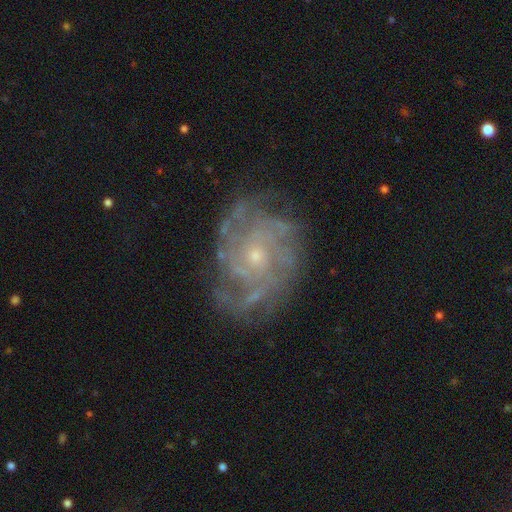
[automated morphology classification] Overall: featured or disk (86%). Edge-on disk: no (98%). Bar: no (77%). Spiral arms: yes (94%). Spiral arm count: can't tell (32%; 4 22%). Spiral winding: tight (58%; medium 33%). Bulge size: small (72%). Merging: none (73%).